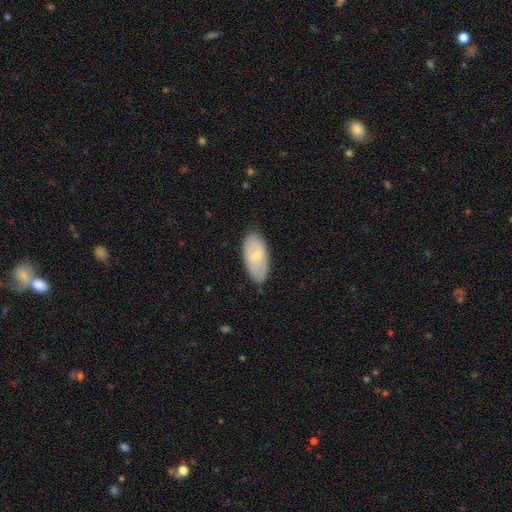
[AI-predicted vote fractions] Smooth or featured? Predicted: smooth (p=0.59). How rounded? Predicted: in between (p=0.92). Merging? Predicted: none (p=0.81).